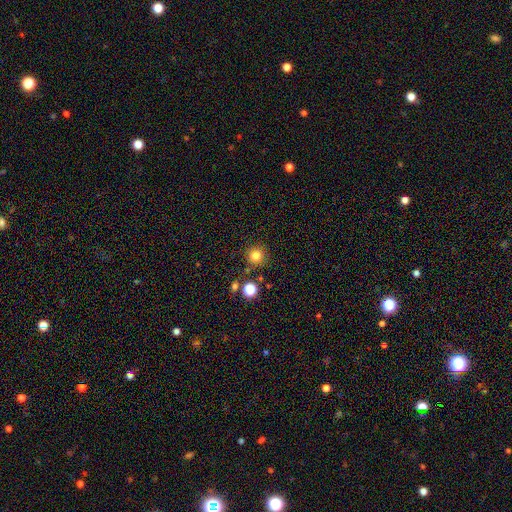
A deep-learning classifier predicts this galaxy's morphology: A smooth galaxy with no disk features (80%) that is round (94%).

Vote fractions:
- Smooth or featured? smooth: 80% / star or artifact: 14% / featured or disk: 6%
- How rounded? round: 94% / in between: 5% / cigar-shaped: 1%
- Merging? none: 86% / minor disturbance: 7% / merger: 4% / major disturbance: 3%